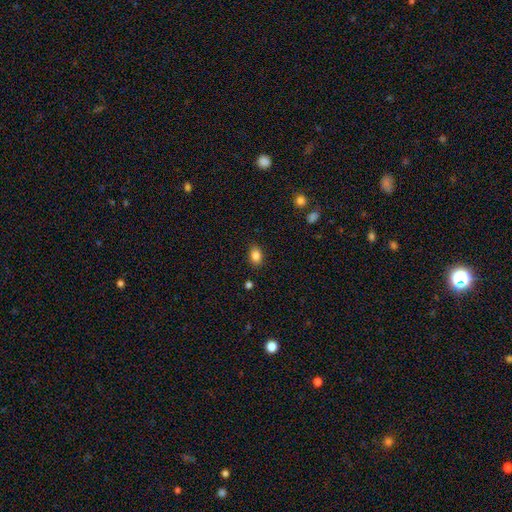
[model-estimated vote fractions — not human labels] The model was most divided on "how rounded": in between: 76%, round: 23%, cigar-shaped: 1%. More confident: merging — none (87%); smooth or featured — smooth (85%).